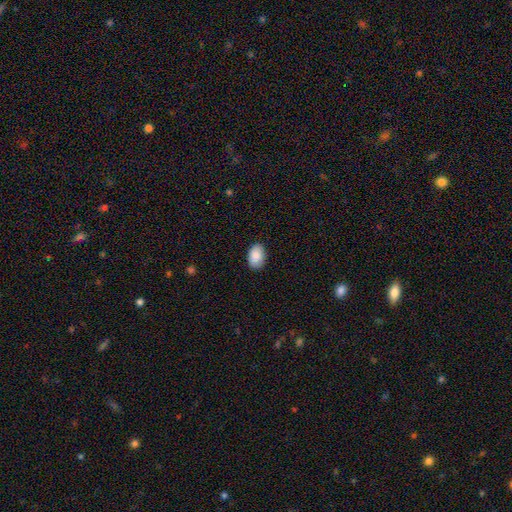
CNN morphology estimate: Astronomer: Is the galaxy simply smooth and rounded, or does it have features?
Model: smooth — 89%.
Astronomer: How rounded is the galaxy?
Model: in between — 89%.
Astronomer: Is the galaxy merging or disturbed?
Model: none — 87%.